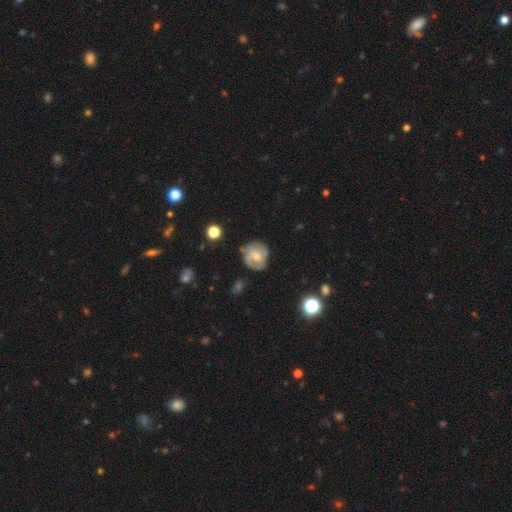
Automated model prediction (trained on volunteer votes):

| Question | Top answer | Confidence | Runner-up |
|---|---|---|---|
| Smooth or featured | featured or disk | 57% | smooth (34%) |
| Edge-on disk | no | 97% | yes (3%) |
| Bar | no | 56% | weak (37%) |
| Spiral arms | yes | 77% | no (23%) |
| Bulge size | moderate | 53% | small (41%) |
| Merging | none | 62% | minor disturbance (26%) |